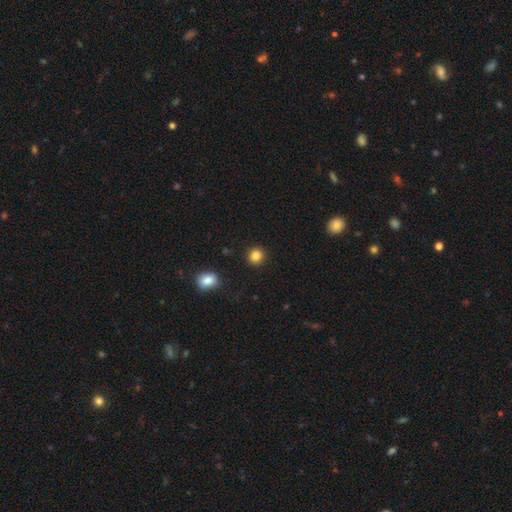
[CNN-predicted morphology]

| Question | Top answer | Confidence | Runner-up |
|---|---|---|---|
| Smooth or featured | smooth | 85% | star or artifact (11%) |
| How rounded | round | 90% | in between (9%) |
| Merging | none | 91% | minor disturbance (5%) |